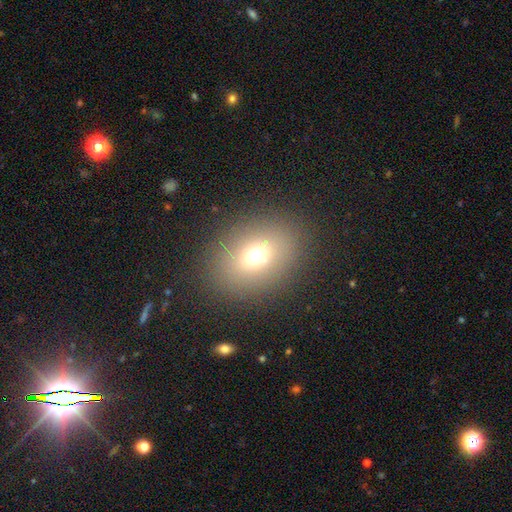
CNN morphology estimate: A smooth galaxy with no disk features (67%) that is in between round and cigar-shaped (53%). Merging: none (85%).